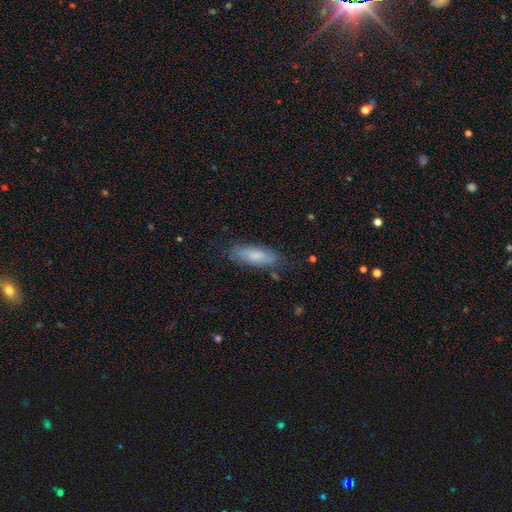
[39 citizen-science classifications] This appears to be a smooth galaxy with no disk features (77%) that is in between round and cigar-shaped (70%). Merging: none (85%).